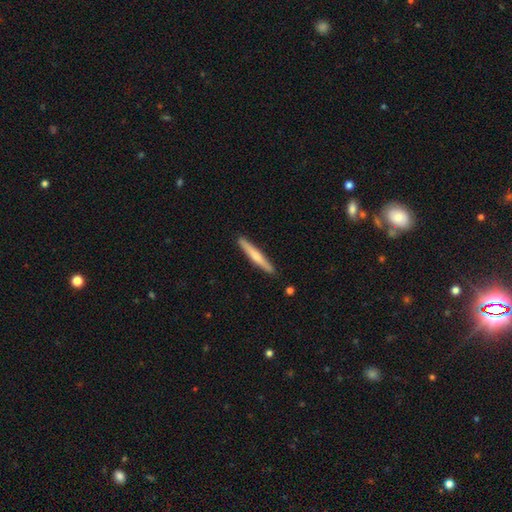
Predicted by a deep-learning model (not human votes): A smooth galaxy with no disk features (54%) that is cigar-shaped (95%).

Vote fractions:
- Smooth or featured? smooth: 54% / featured or disk: 41% / star or artifact: 5%
- How rounded? cigar-shaped: 95% / in between: 3% / round: 1%
- Merging? none: 90% / minor disturbance: 7% / merger: 1% / major disturbance: 1%